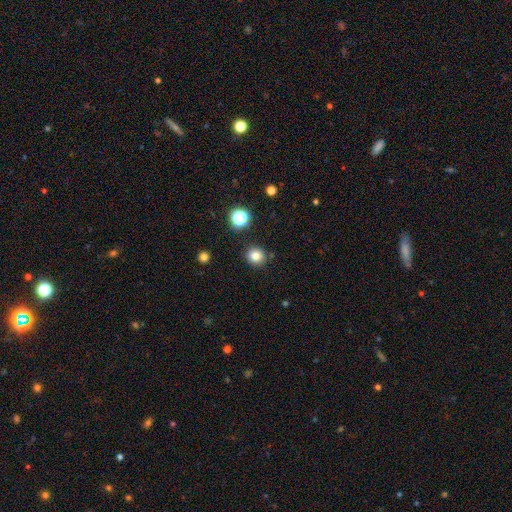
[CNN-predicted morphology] Overall: smooth (80%). How rounded: round (89%). Merging: none (88%).